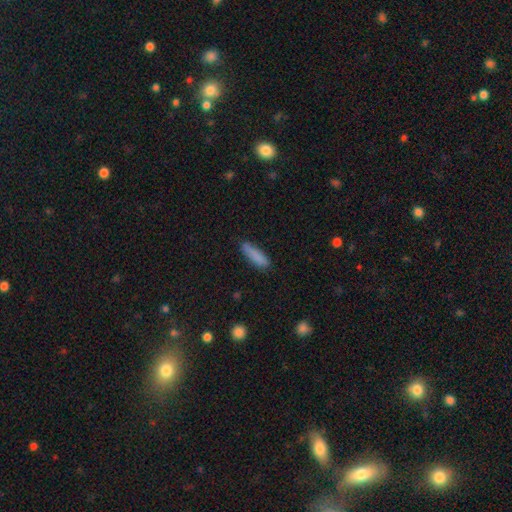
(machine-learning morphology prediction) A smooth galaxy with no disk features (85%) that is cigar-shaped (70%).

Vote fractions:
- Smooth or featured? smooth: 85% / featured or disk: 8% / star or artifact: 7%
- How rounded? cigar-shaped: 70% / in between: 29% / round: 2%
- Merging? none: 79% / minor disturbance: 16% / major disturbance: 3% / merger: 2%